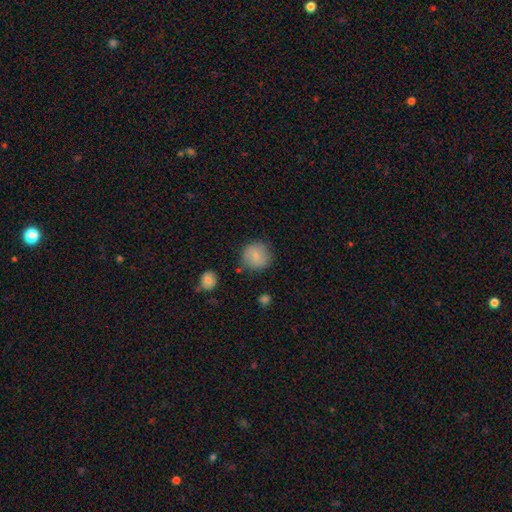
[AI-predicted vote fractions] smooth-or-featured: smooth: 80% | featured or disk: 11% | star or artifact: 9%
  how-rounded: round: 92% | in between: 7% | cigar-shaped: 1%
  merging: none: 79% | minor disturbance: 14% | major disturbance: 4% | merger: 3%